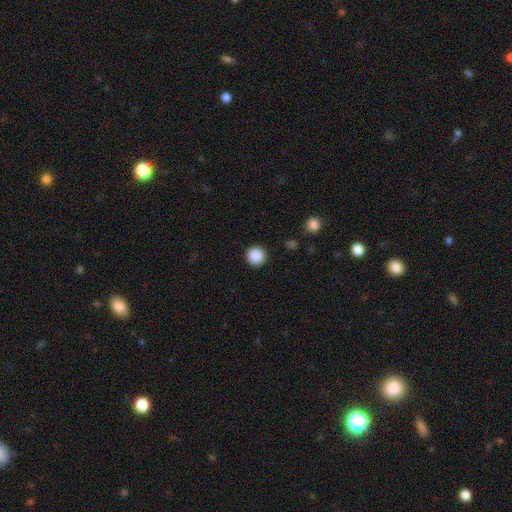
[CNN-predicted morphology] smooth 88%, star or artifact 9%, featured or disk 2%. Down the decision tree: how rounded — round (96%); merging — none (92%).